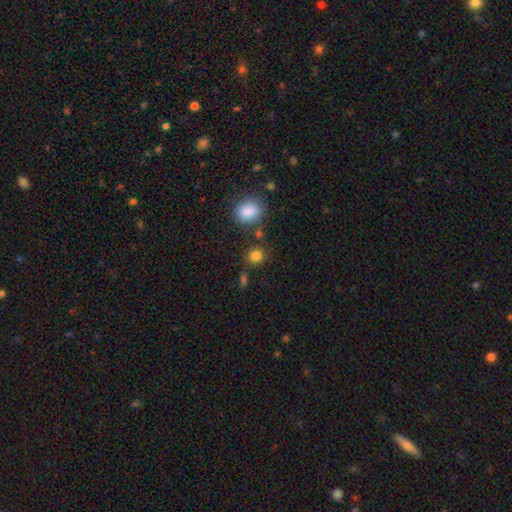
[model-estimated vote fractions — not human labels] Smooth or featured? smooth (83%)
How rounded? round (81%)
Merging? none (76%)